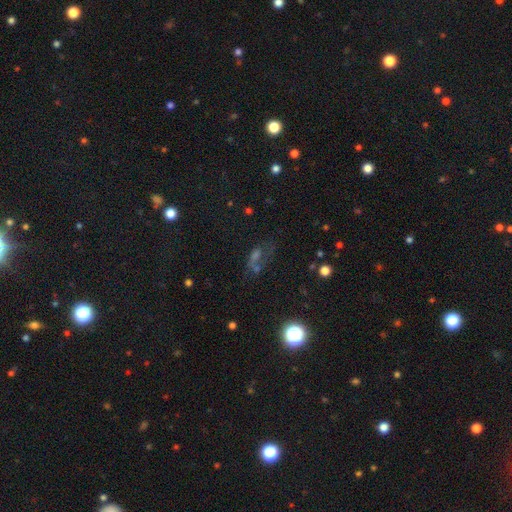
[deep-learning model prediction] A star or artifact, not a galaxy (38%).